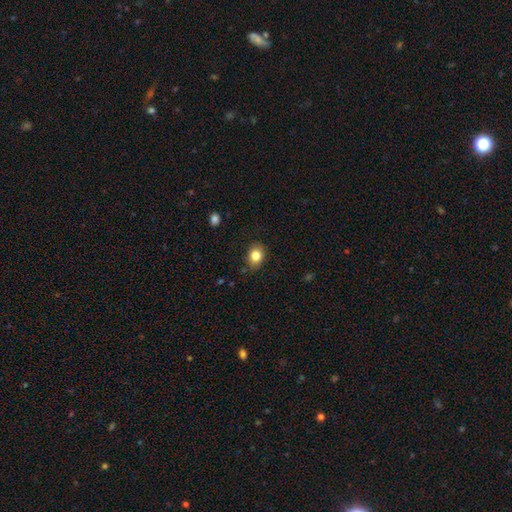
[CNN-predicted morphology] A smooth galaxy with no disk features (83%) that is round (51%).

Vote fractions:
- Smooth or featured? smooth: 83% / star or artifact: 10% / featured or disk: 7%
- How rounded? round: 51% / in between: 48% / cigar-shaped: 1%
- Merging? none: 82% / minor disturbance: 14% / major disturbance: 3% / merger: 1%